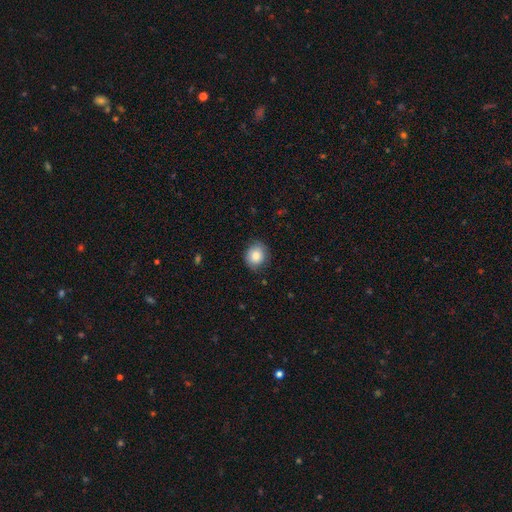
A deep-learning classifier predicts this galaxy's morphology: type=smooth (81%); roundness=round (76%); merging=none (79%).